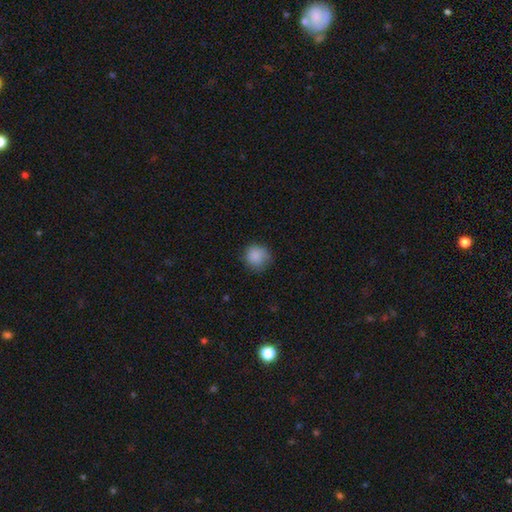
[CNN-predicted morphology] This is clearly a smooth galaxy (87%). How rounded: clearly round (90%). Merging: likely none (77%).